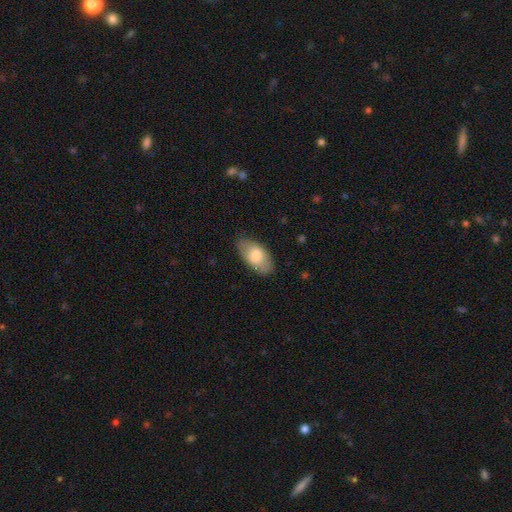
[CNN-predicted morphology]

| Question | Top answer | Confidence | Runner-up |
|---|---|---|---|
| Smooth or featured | smooth | 74% | featured or disk (20%) |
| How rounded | in between | 94% | round (4%) |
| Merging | none | 79% | minor disturbance (16%) |